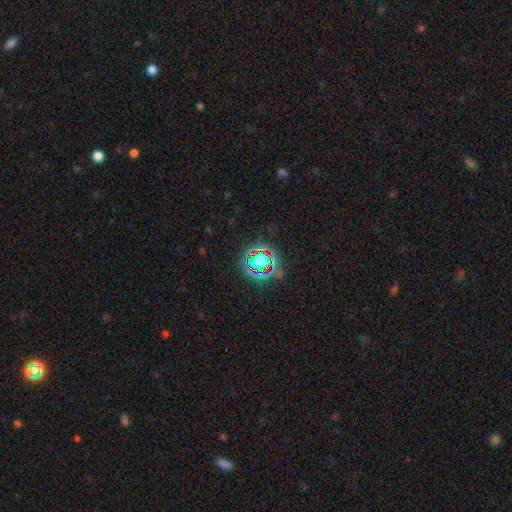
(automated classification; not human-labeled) smooth_or_featured: star or artifact (p=0.65) [alt: smooth p=0.23]